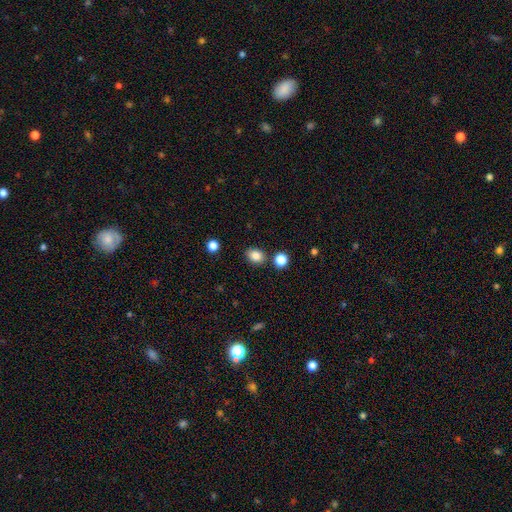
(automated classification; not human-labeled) Morphology: type=smooth (84%); roundness=in between (59%); merging=none (80%).